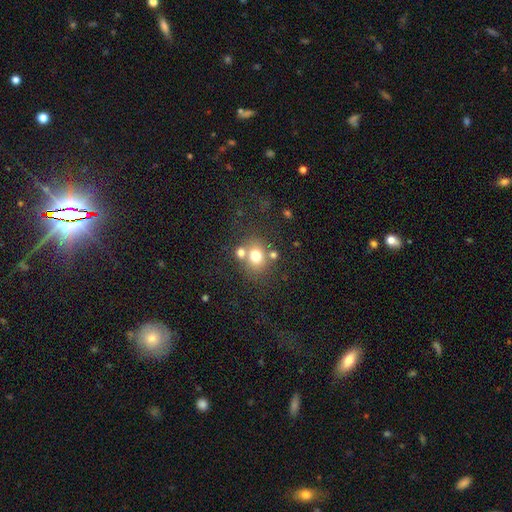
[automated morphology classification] Smooth or featured? Predicted: smooth (p=0.72). How rounded? Predicted: round (p=0.69). Merging? Predicted: none (p=0.58).